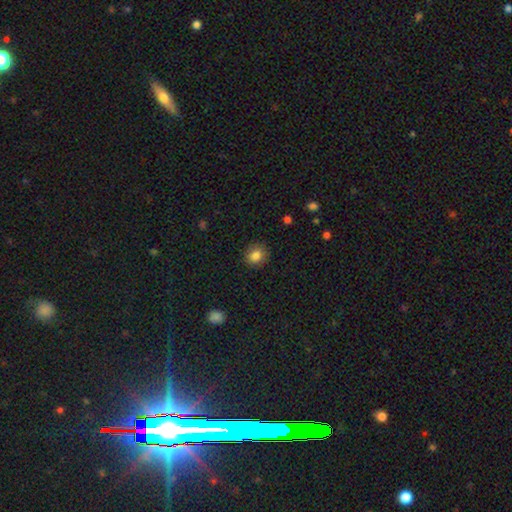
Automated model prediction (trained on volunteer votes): Smooth or featured?
  - smooth: 84% *
  - star or artifact: 10%
  - featured or disk: 6%
How rounded?
  - round: 76% *
  - in between: 23%
  - cigar-shaped: 1%
Merging?
  - none: 87% *
  - minor disturbance: 9%
  - major disturbance: 3%
  - merger: 1%